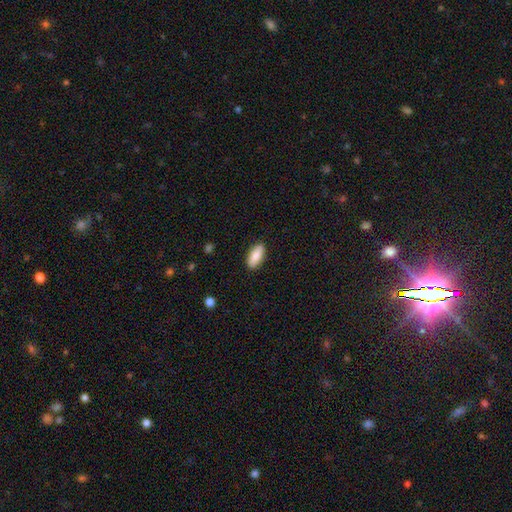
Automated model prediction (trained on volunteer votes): Smooth or featured?
  - smooth: 85% *
  - featured or disk: 9%
  - star or artifact: 6%
How rounded?
  - in between: 80% *
  - cigar-shaped: 17%
  - round: 2%
Merging?
  - none: 88% *
  - minor disturbance: 9%
  - major disturbance: 2%
  - merger: 1%